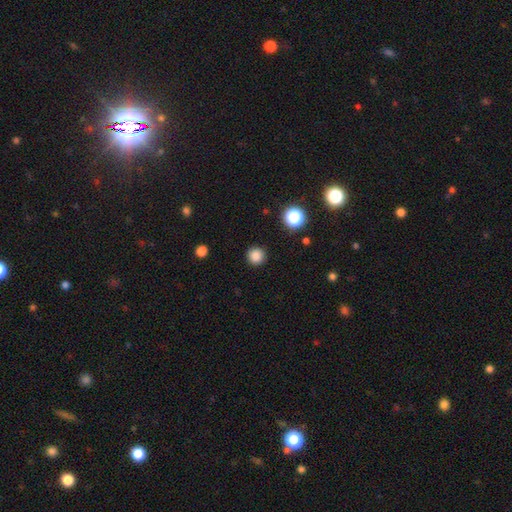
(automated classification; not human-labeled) A smooth galaxy with no disk features (84%) that is round (95%).

Vote fractions:
- Smooth or featured? smooth: 84% / star or artifact: 12% / featured or disk: 3%
- How rounded? round: 95% / in between: 4% / cigar-shaped: 1%
- Merging? none: 91% / minor disturbance: 6% / major disturbance: 2% / merger: 1%